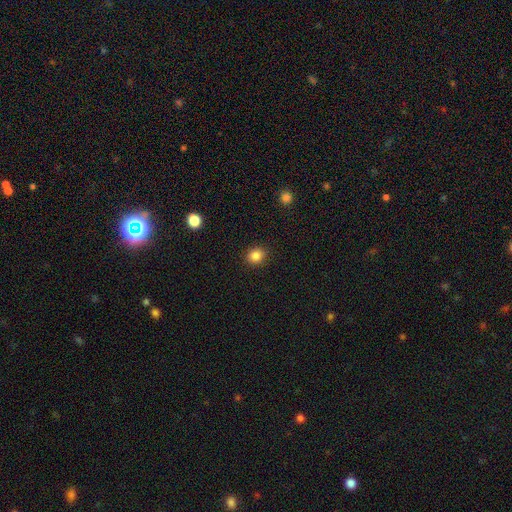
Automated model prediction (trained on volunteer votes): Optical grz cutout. It shows a smooth galaxy with no disk features (86%) that is round (72%). Merging: none (90%).